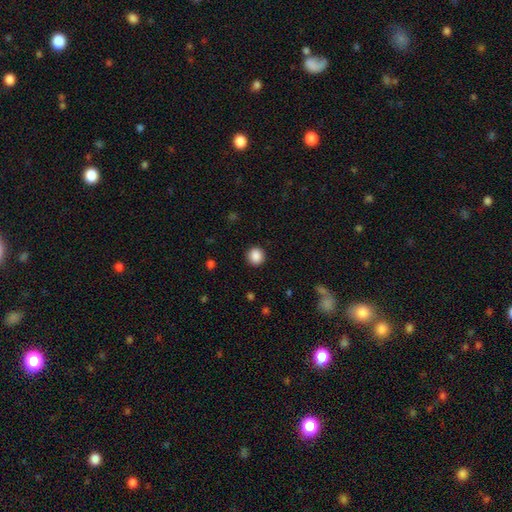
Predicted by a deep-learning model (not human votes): smooth-or-featured: smooth: 88% | star or artifact: 9% | featured or disk: 3%
  how-rounded: round: 89% | in between: 10% | cigar-shaped: 1%
  merging: none: 91% | minor disturbance: 6% | major disturbance: 2% | merger: 1%